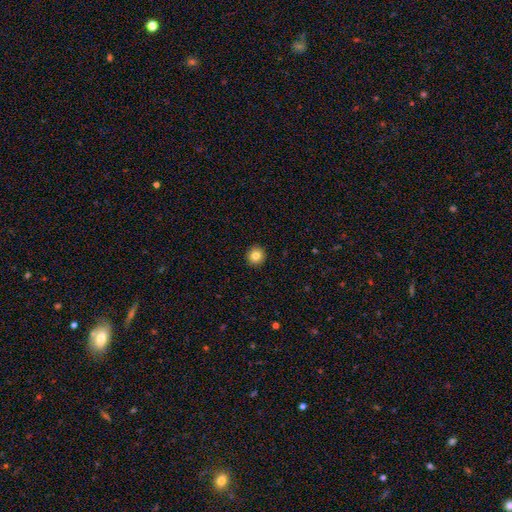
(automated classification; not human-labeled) Smooth or featured: smooth — 82% (star or artifact — 10%)
How rounded: round — 93% (in between — 6%)
Merging: none — 93% (minor disturbance — 5%)